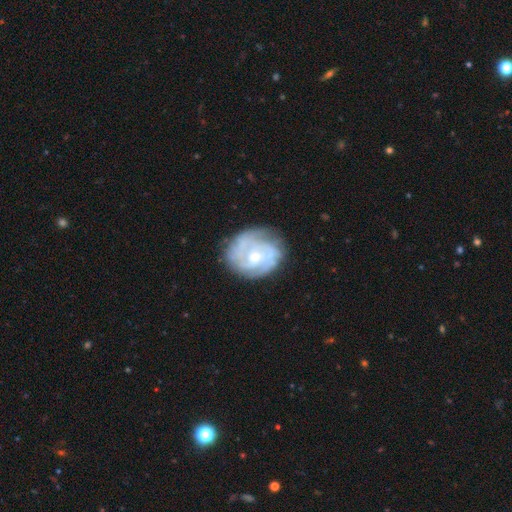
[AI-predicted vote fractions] This appears to be a featured or disk galaxy (77%) with no bar (62%), tight (58%) spiral arms (84%) and a moderate central bulge (52%). Merging: none (68%).